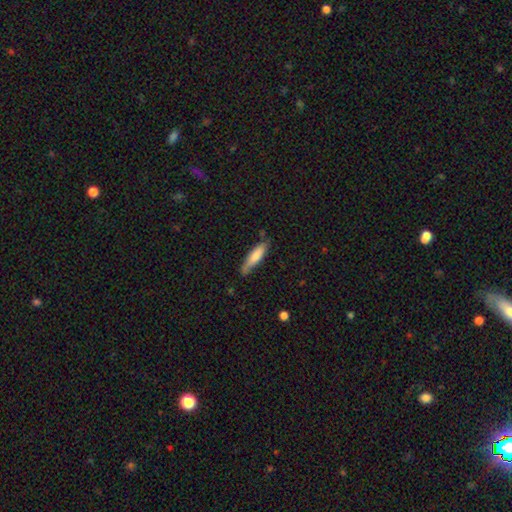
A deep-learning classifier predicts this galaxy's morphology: type=smooth (75%); roundness=cigar-shaped (75%); merging=none (70%).